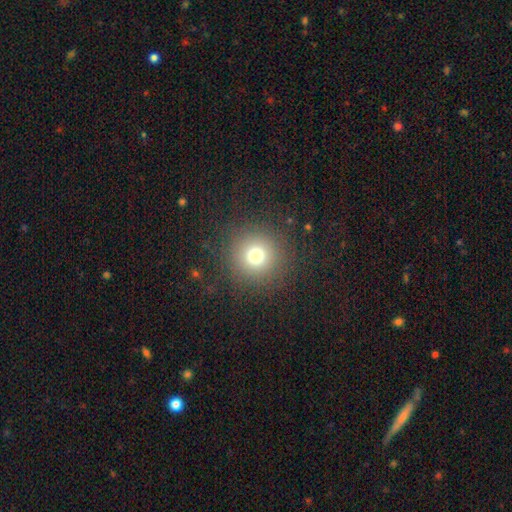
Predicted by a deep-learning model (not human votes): Smooth or featured: smooth — 73% (star or artifact — 17%)
How rounded: round — 95% (in between — 4%)
Merging: none — 87% (minor disturbance — 7%)